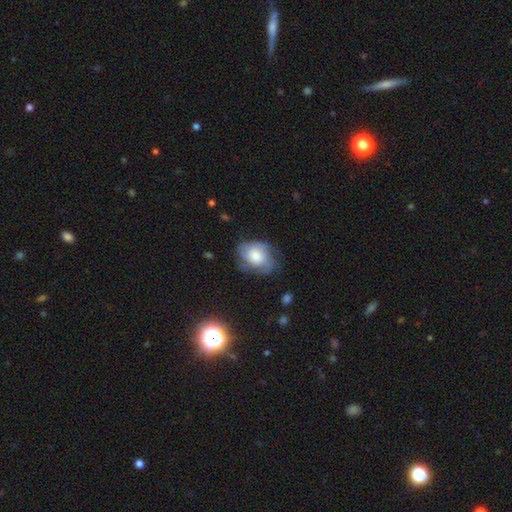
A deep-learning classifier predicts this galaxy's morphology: A featured or disk galaxy (54%) with no bar (78%), spiral arms (83%) and a large central bulge (43%). Merging: none (60%).